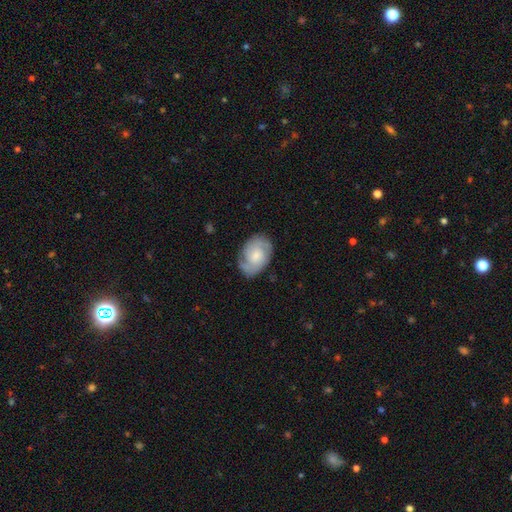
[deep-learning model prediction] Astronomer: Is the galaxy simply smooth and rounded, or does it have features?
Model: featured or disk — 64%.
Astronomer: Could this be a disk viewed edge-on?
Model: no — 97%.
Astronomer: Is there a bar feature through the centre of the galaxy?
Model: no — 66%.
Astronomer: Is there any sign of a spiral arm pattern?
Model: yes — 90%.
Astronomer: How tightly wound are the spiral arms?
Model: tight — 47% (runner-up: medium, 41%).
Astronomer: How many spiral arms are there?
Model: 2 — 61%.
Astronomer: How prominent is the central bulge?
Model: moderate — 40% (runner-up: small, 33%).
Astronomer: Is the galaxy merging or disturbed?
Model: none — 75%.